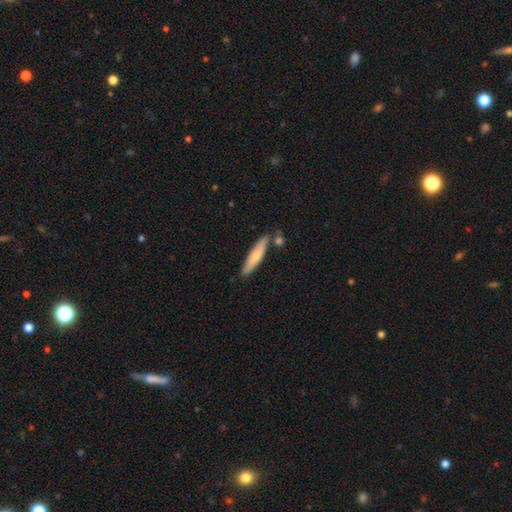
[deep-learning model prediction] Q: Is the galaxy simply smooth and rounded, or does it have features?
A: smooth — 67%.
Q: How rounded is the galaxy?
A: cigar-shaped — 85%.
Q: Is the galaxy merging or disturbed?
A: none — 77%.